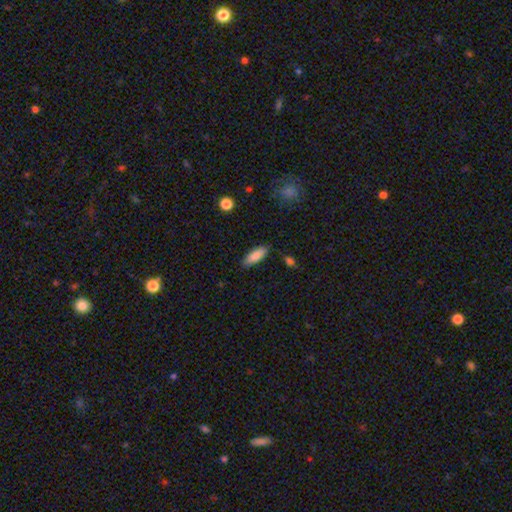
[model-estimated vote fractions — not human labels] A smooth galaxy with no disk features (86%) that is in between round and cigar-shaped (66%).

Vote fractions:
- Smooth or featured? smooth: 86% / featured or disk: 7% / star or artifact: 7%
- How rounded? in between: 66% / cigar-shaped: 33% / round: 2%
- Merging? none: 85% / minor disturbance: 11% / major disturbance: 2% / merger: 2%